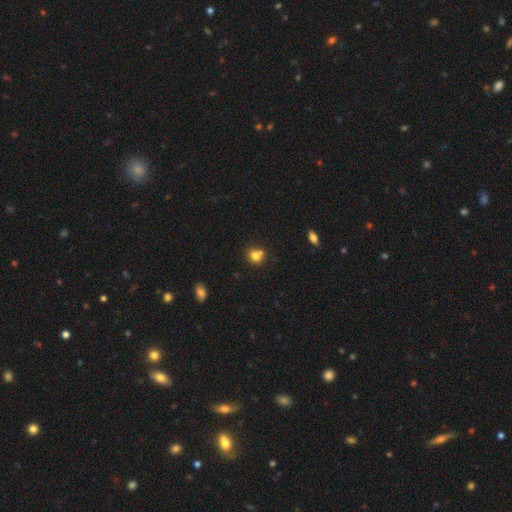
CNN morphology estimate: Overall: smooth (77%). How rounded: round (73%). Merging: none (51%; merger 32%).